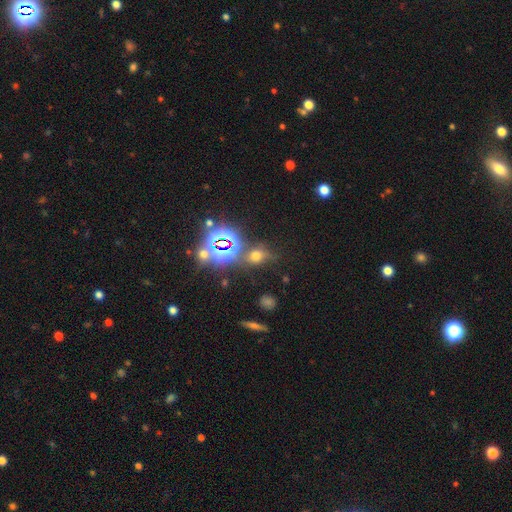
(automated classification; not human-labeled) Smooth or featured?
  - smooth: 45% *
  - star or artifact: 44%
  - featured or disk: 12%
Merging?
  - none: 66% *
  - minor disturbance: 16%
  - merger: 10%
  - major disturbance: 8%